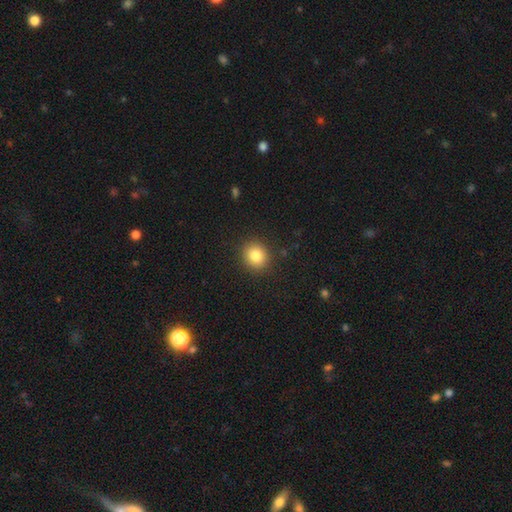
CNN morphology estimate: The model was most divided on "how rounded": round: 82%, in between: 17%, cigar-shaped: 1%. More confident: merging — none (90%); smooth or featured — smooth (82%).